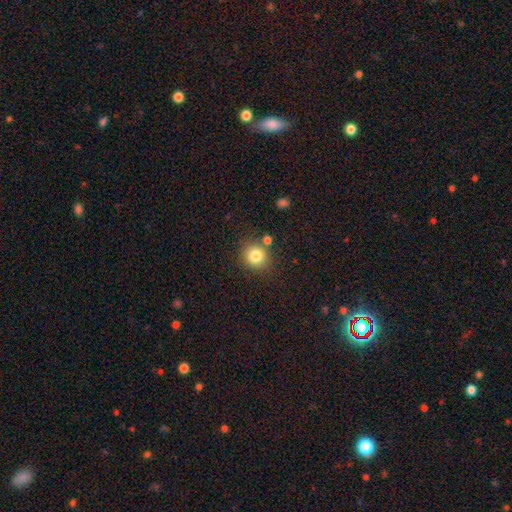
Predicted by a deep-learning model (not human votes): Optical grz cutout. It shows a smooth galaxy with no disk features (82%) that is round (87%). Merging: none (79%).